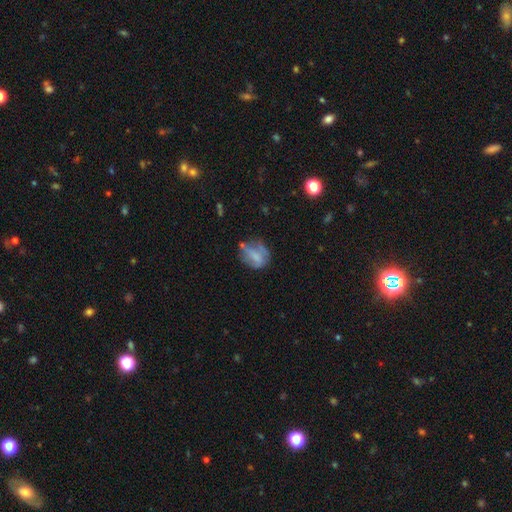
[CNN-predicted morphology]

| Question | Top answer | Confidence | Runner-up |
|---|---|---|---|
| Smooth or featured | smooth | 57% | featured or disk (33%) |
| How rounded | in between | 52% | round (44%) |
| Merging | none | 42% | minor disturbance (29%) |